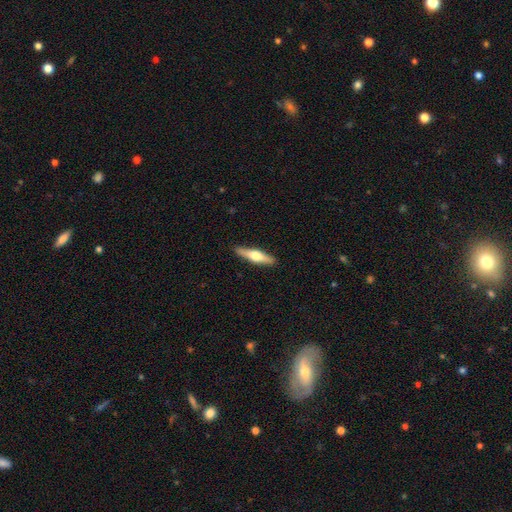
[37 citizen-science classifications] Q: Smooth or featured?
A: featured or disk (73%); runner-up: smooth (27%)
Q: Edge-on disk?
A: yes (96%); runner-up: no (4%)
Q: Edge-on bulge?
A: rounded (96%); runner-up: boxy (4%)
Q: Merging?
A: none (95%); runner-up: minor disturbance (5%)